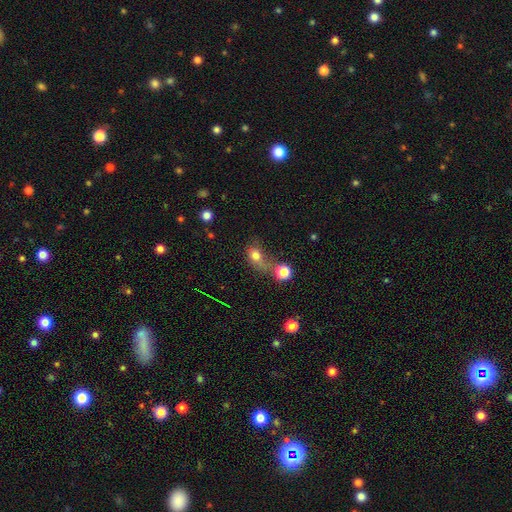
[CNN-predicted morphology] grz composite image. It shows a smooth galaxy with no disk features (73%) that is in between round and cigar-shaped (50%). Merging: merger (34%).